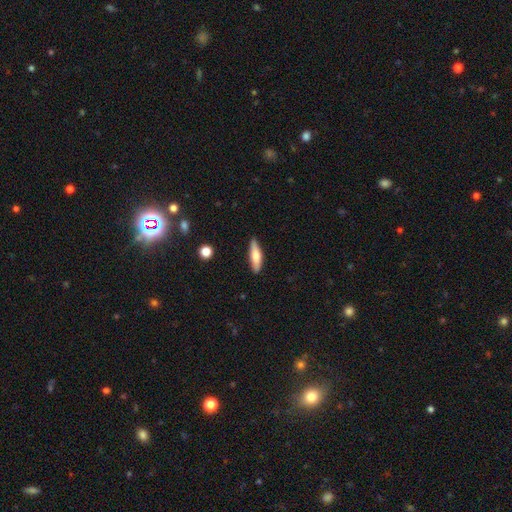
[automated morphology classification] type=smooth (62%); roundness=cigar-shaped (66%); merging=none (86%).